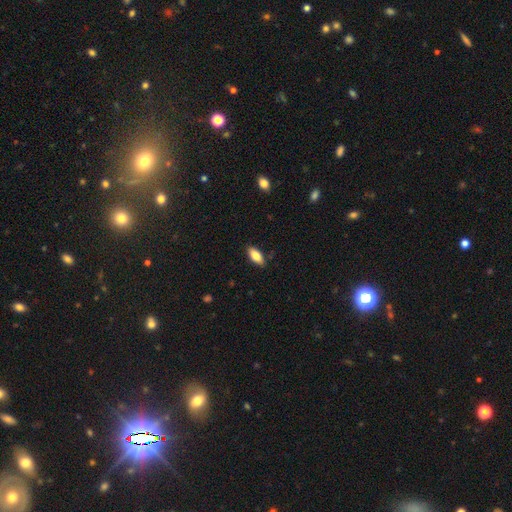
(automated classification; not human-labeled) This is clearly a smooth galaxy (82%). How rounded: clearly in between (87%). Merging: clearly none (86%).